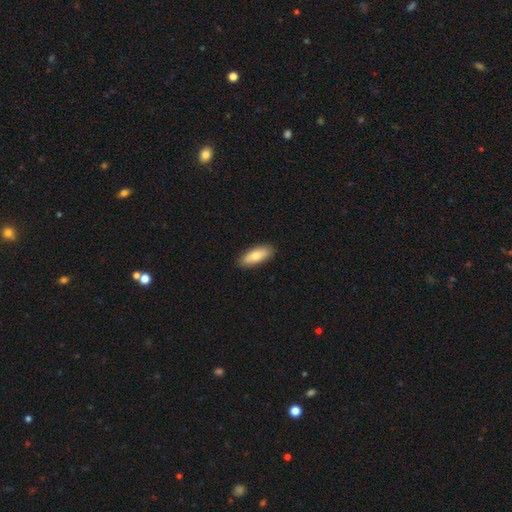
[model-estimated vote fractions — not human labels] This appears to be a smooth galaxy with no disk features (75%) that is in between round and cigar-shaped (74%). Merging: none (88%).